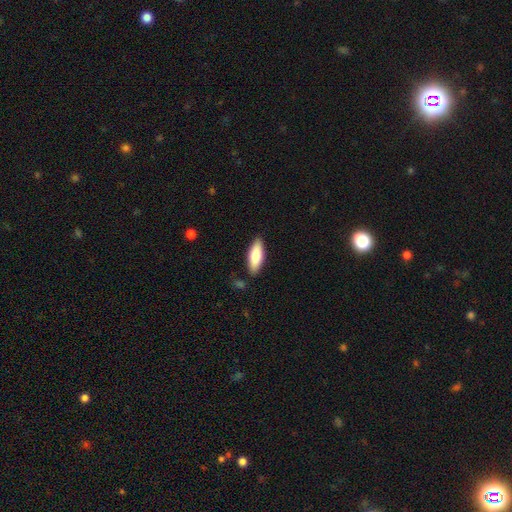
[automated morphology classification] Smooth or featured? smooth (79%)
How rounded? in between (67%)
Merging? none (86%)